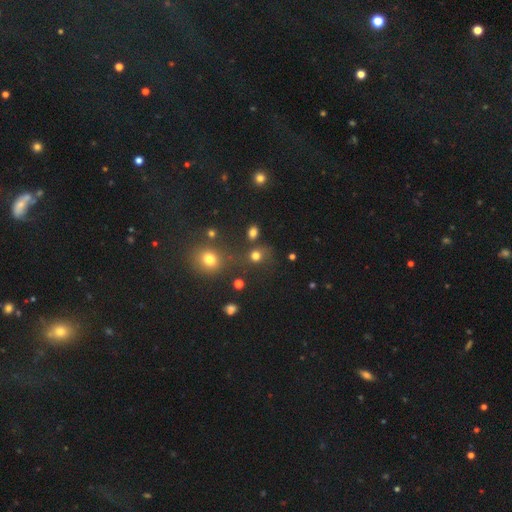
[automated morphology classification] smooth_or_featured: smooth (p=0.73) [alt: star or artifact p=0.20]
how_rounded: round (p=0.81) [alt: in between p=0.18]
merging: none (p=0.62) [alt: merger p=0.15]